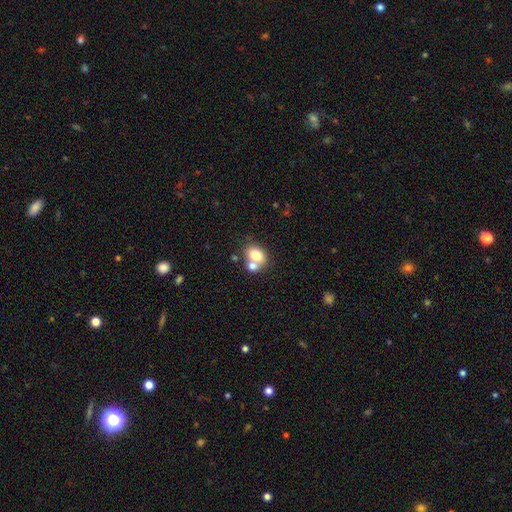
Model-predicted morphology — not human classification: type=smooth (75%); roundness=in between (55%); merging=merger (48%).